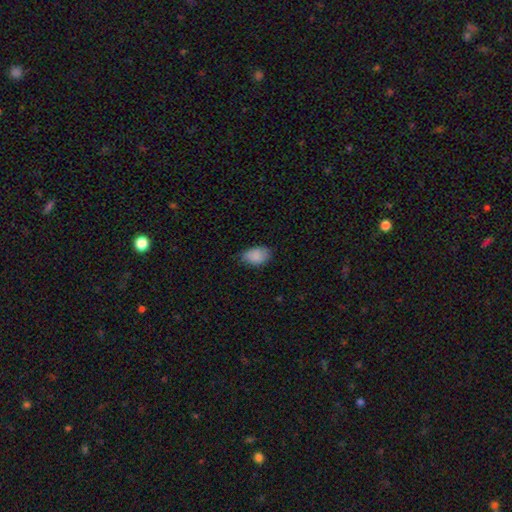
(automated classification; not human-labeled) Smooth or featured? Predicted: smooth (p=0.87). How rounded? Predicted: in between (p=0.86). Merging? Predicted: none (p=0.70).